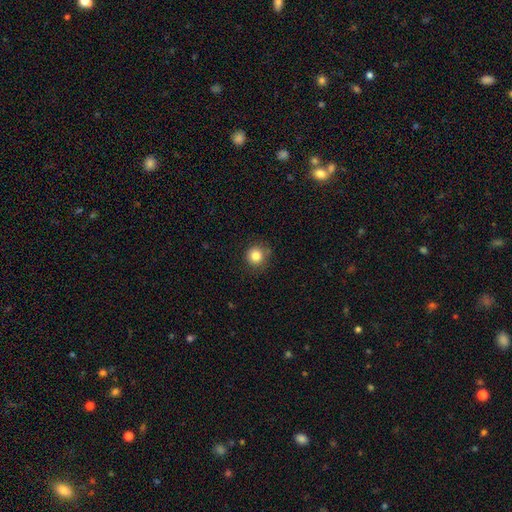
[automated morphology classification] Smooth or featured? Predicted: smooth (p=0.83). How rounded? Predicted: round (p=0.93). Merging? Predicted: none (p=0.82).